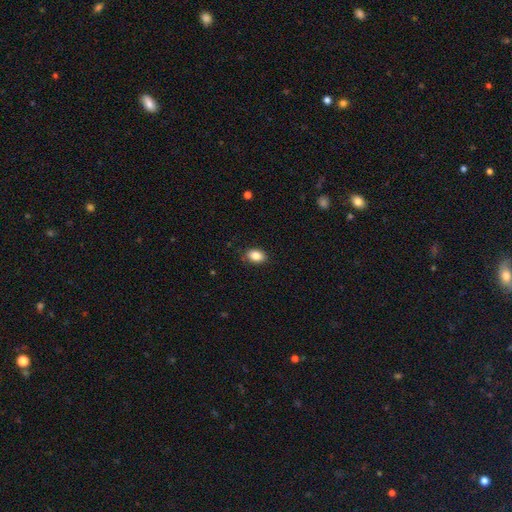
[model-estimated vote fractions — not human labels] Smooth or featured? Predicted: smooth (p=0.86). How rounded? Predicted: in between (p=0.82). Merging? Predicted: none (p=0.85).